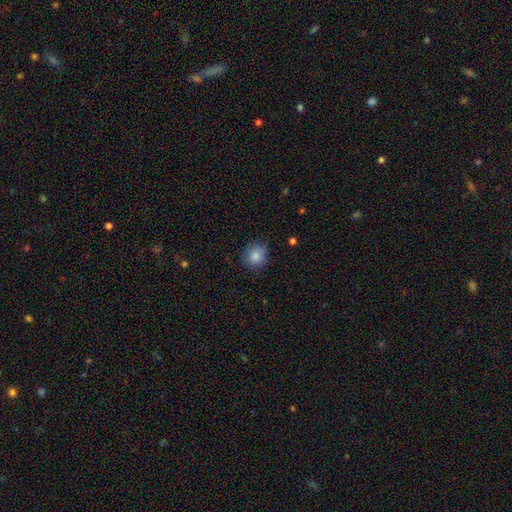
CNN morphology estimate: A smooth galaxy with no disk features (85%) that is round (86%). Merging: none (83%).